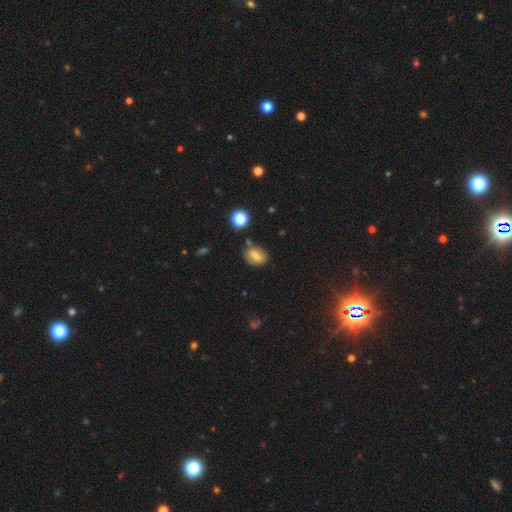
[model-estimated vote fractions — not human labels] The model was most divided on "smooth or featured": smooth: 63%, featured or disk: 25%, star or artifact: 12%. More confident: merging — none (72%); how rounded — in between (70%).